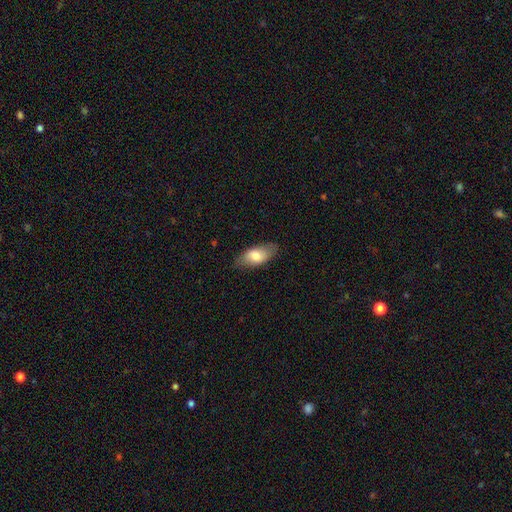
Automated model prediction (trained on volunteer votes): Smooth or featured: smooth — 74% (featured or disk — 20%)
How rounded: in between — 89% (cigar-shaped — 8%)
Merging: none — 82% (minor disturbance — 14%)